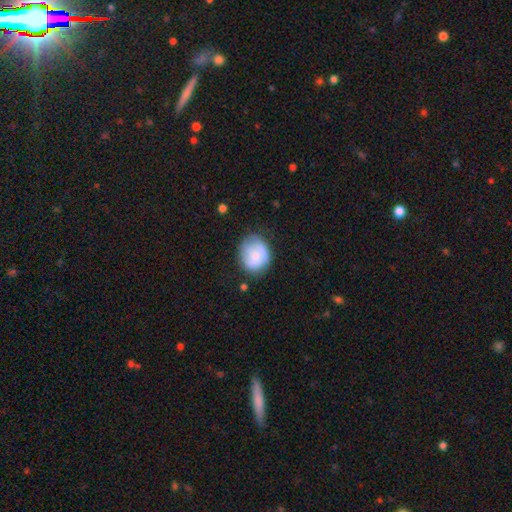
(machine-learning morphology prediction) A smooth galaxy with no disk features (63%) that is round (68%).

Vote fractions:
- Smooth or featured? smooth: 63% / featured or disk: 30% / star or artifact: 7%
- How rounded? round: 68% / in between: 31% / cigar-shaped: 1%
- Merging? none: 63% / minor disturbance: 25% / major disturbance: 8% / merger: 3%